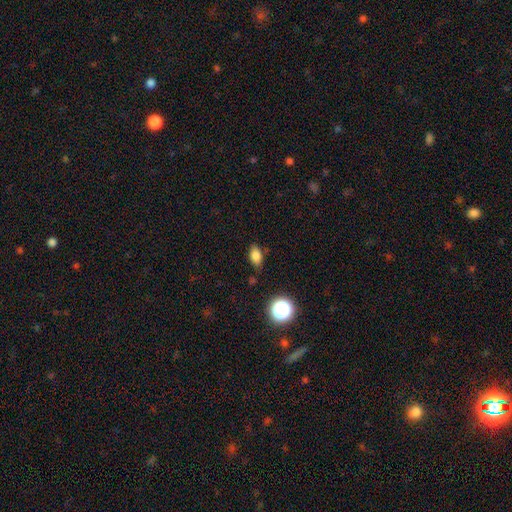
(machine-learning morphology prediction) Q: Smooth or featured?
A: smooth (81%); runner-up: star or artifact (12%)
Q: How rounded?
A: in between (84%); runner-up: round (13%)
Q: Merging?
A: none (78%); runner-up: minor disturbance (16%)